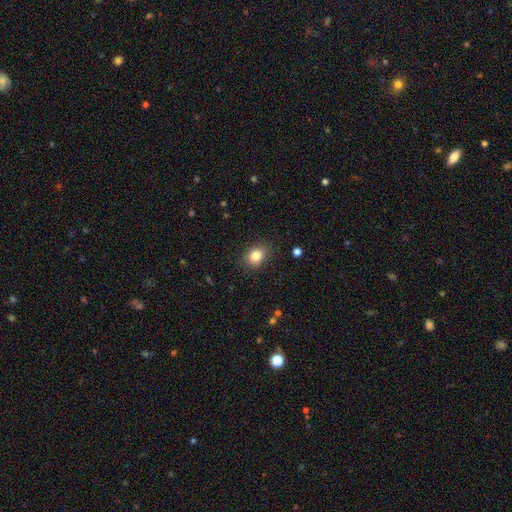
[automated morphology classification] Overall: smooth (83%). How rounded: in between (54%; round 45%). Merging: none (85%).